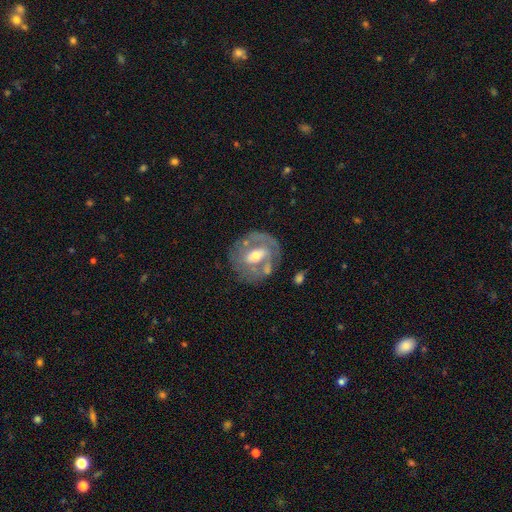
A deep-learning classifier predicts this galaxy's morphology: Overall: featured or disk (71%). Edge-on disk: no (95%). Bar: weak (41%; strong 30%). Spiral arms: yes (56%; no 44%). Bulge size: moderate (68%). Merging: none (65%).